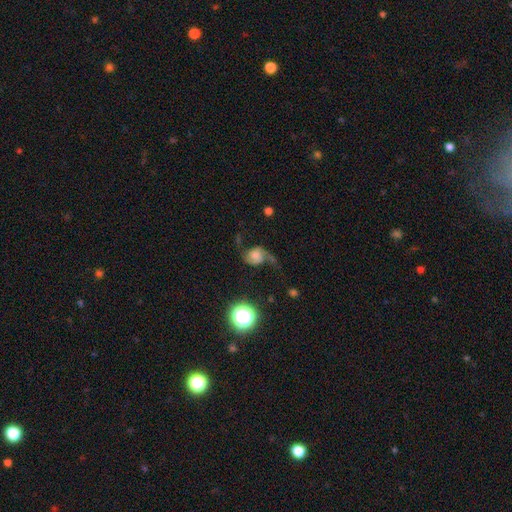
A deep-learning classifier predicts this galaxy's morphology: Overall: featured or disk (65%). Edge-on disk: no (97%). Bar: no (71%). Spiral arms: yes (93%). Spiral arm count: 2 (86%). Spiral winding: loose (72%). Bulge size: moderate (36%; small 33%). Merging: none (51%; major disturbance 23%).